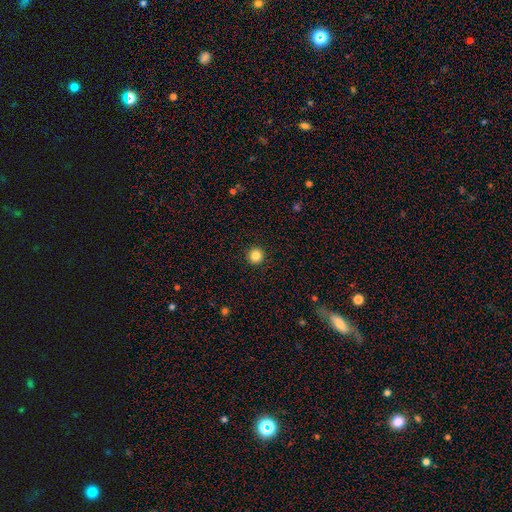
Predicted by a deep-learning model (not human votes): This is clearly a smooth galaxy (85%). How rounded: clearly round (96%). Merging: clearly none (94%).